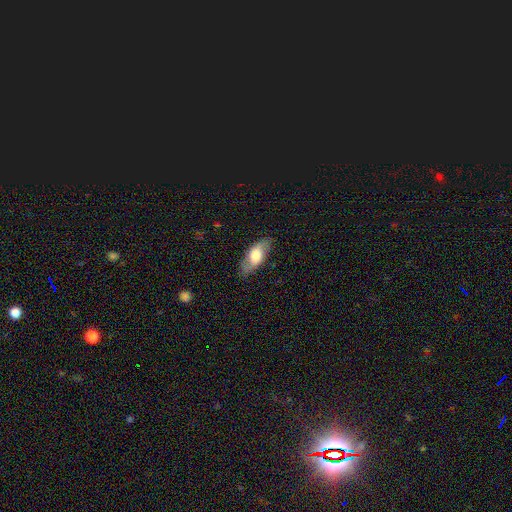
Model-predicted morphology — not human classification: type=smooth (55%); roundness=in between (84%); merging=none (80%).